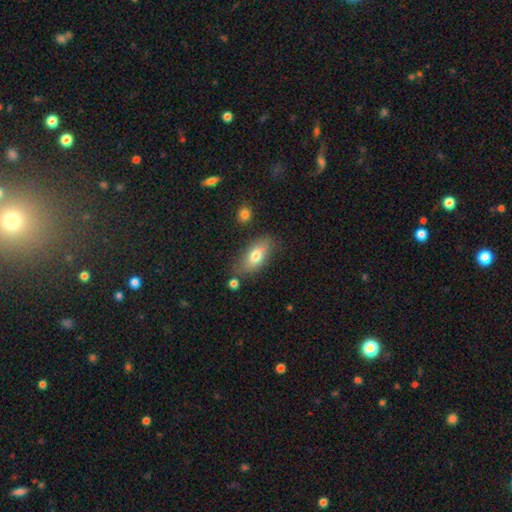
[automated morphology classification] This is likely a smooth galaxy (72%). How rounded: clearly in between (82%). Merging: likely none (74%).